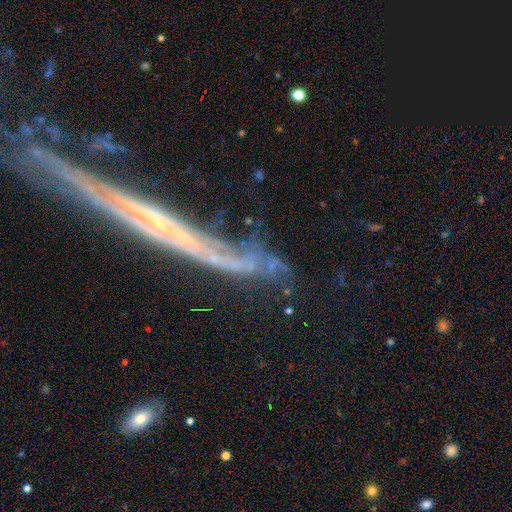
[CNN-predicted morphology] Overall: featured or disk (66%). Edge-on disk: yes (62%; no 38%). Merging: none (57%; minor disturbance 20%).